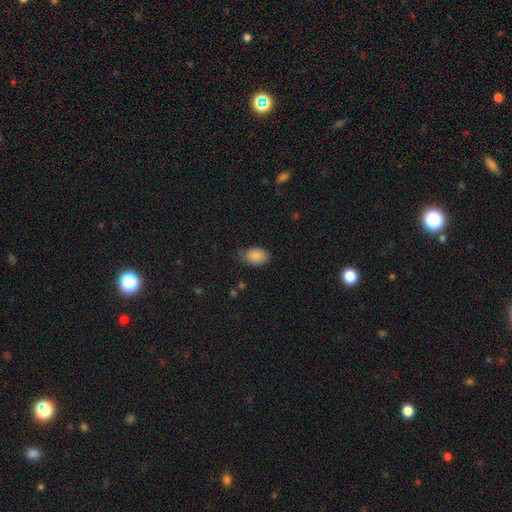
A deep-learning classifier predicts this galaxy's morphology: Smooth or featured: smooth — 88% (star or artifact — 7%)
How rounded: in between — 86% (round — 12%)
Merging: none — 72% (minor disturbance — 23%)